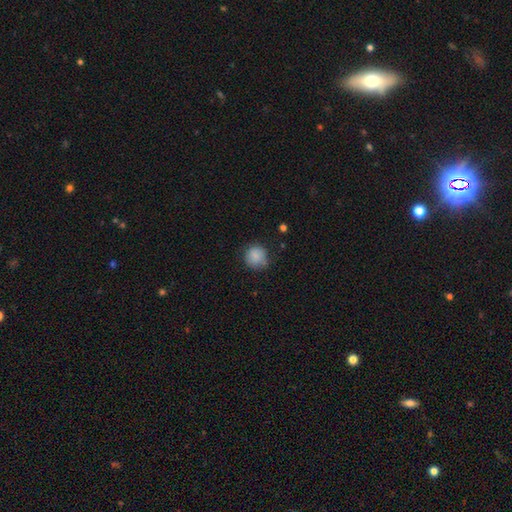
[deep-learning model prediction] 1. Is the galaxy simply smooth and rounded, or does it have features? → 84% smooth, 9% star or artifact, 8% featured or disk.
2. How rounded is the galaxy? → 87% round, 12% in between, 1% cigar-shaped.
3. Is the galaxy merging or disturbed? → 70% none, 22% minor disturbance, 5% major disturbance, 2% merger.